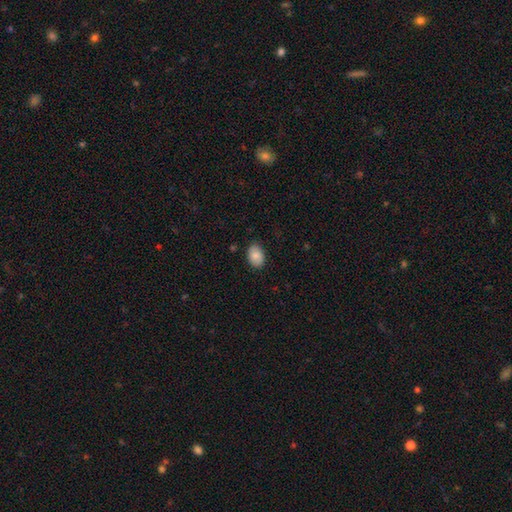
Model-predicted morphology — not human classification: A smooth galaxy with no disk features (88%) that is in between round and cigar-shaped (86%). Merging: none (84%).